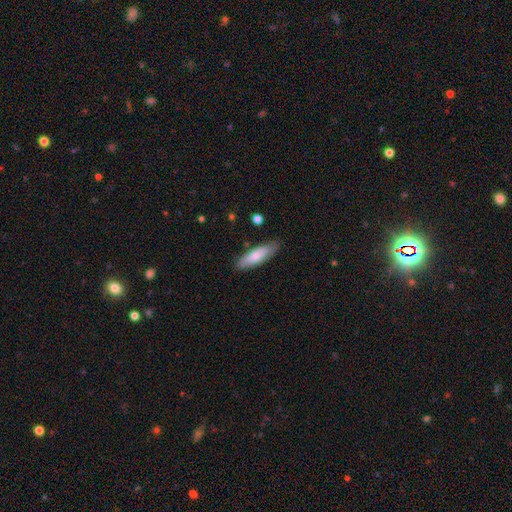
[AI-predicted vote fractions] Overall: smooth (75%). How rounded: cigar-shaped (53%; in between 45%). Merging: none (82%).